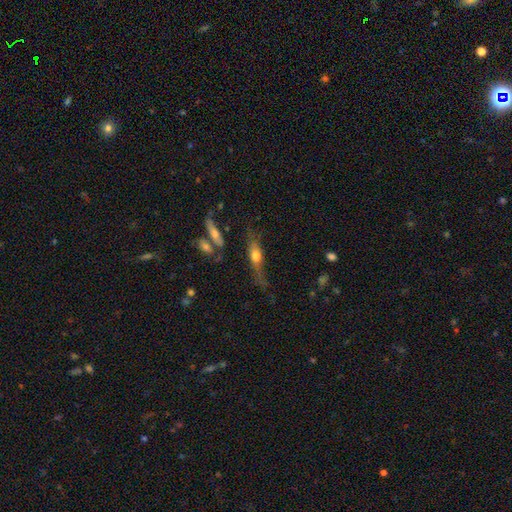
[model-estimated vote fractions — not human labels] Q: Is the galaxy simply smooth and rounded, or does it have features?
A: smooth — 51%.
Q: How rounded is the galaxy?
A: cigar-shaped — 58%.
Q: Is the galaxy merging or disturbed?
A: none — 49%.